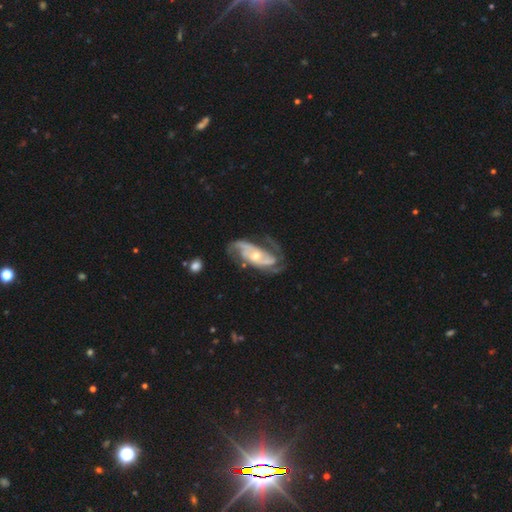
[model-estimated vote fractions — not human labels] A featured or disk galaxy (86%) with no bar (62%), 2 (59%) medium (44%) spiral arms (94%) and a moderate central bulge (49%). Merging: none (61%).